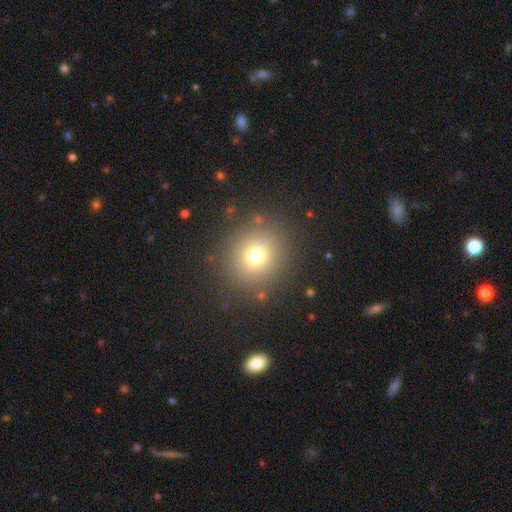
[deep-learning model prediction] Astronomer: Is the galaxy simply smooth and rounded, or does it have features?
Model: smooth — 72%.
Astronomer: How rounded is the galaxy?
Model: round — 88%.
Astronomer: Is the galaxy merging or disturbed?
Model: none — 87%.